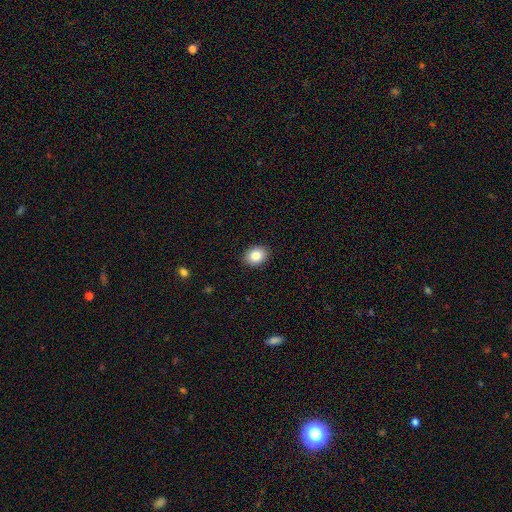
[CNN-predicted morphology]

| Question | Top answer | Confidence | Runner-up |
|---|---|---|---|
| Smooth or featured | smooth | 86% | star or artifact (8%) |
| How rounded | in between | 65% | round (34%) |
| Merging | none | 90% | minor disturbance (7%) |